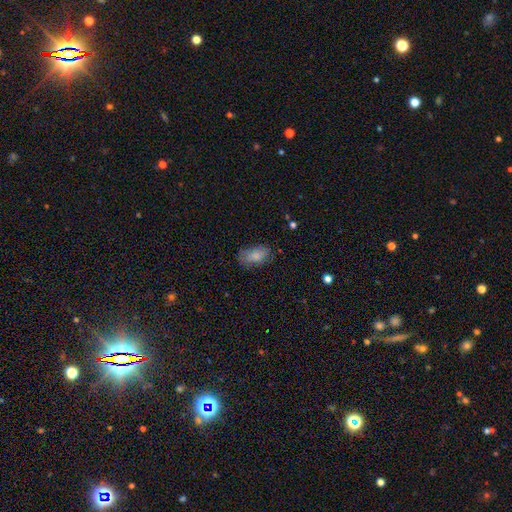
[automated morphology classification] Smooth or featured: smooth — 83% (featured or disk — 10%)
How rounded: in between — 91% (round — 5%)
Merging: none — 72% (minor disturbance — 21%)